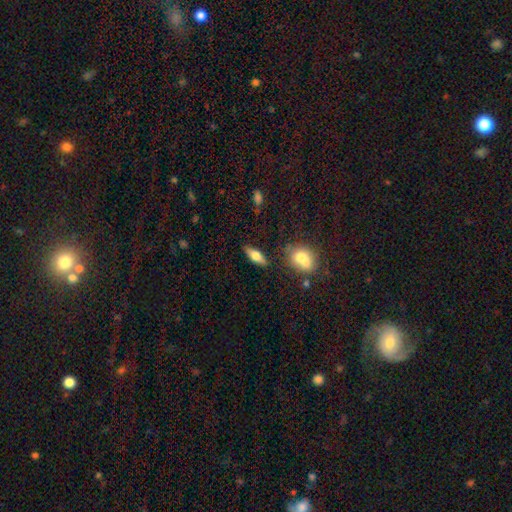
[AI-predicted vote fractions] Smooth or featured: smooth — 56% (featured or disk — 37%)
How rounded: in between — 59% (cigar-shaped — 37%)
Merging: none — 83% (minor disturbance — 10%)